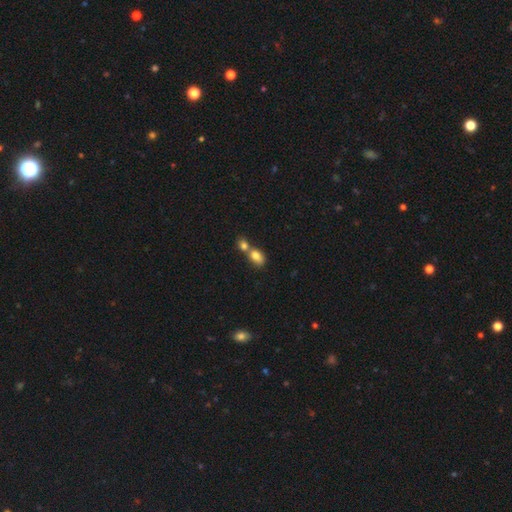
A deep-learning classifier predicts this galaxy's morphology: This appears to be a smooth galaxy with no disk features (80%) that is in between round and cigar-shaped (78%). Merging: merger (65%).